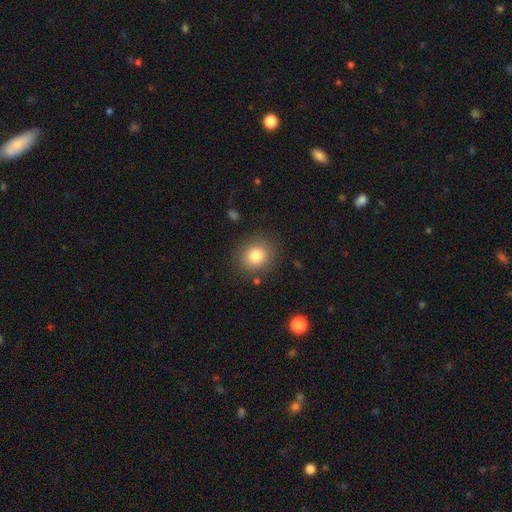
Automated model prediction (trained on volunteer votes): Morphology: type=smooth (81%); roundness=round (78%); merging=none (85%).